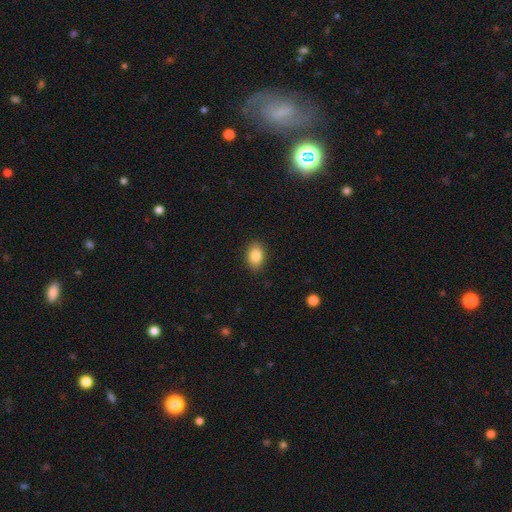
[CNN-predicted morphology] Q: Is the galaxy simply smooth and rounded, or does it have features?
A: smooth — 85%.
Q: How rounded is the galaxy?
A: in between — 82%.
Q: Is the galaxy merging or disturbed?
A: none — 88%.